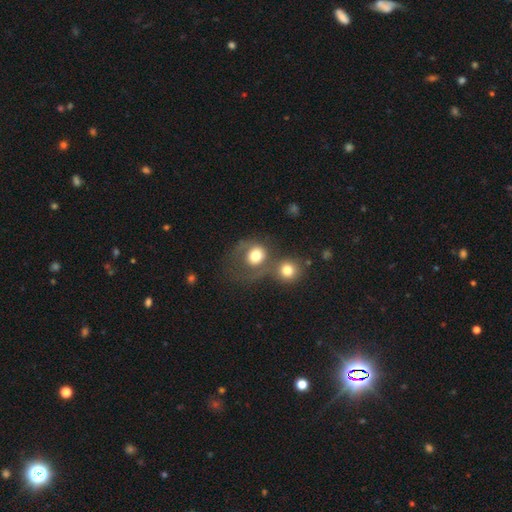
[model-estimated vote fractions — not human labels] Smooth or featured? Predicted: smooth (p=0.67). How rounded? Predicted: round (p=0.68). Merging? Predicted: merger (p=0.35).